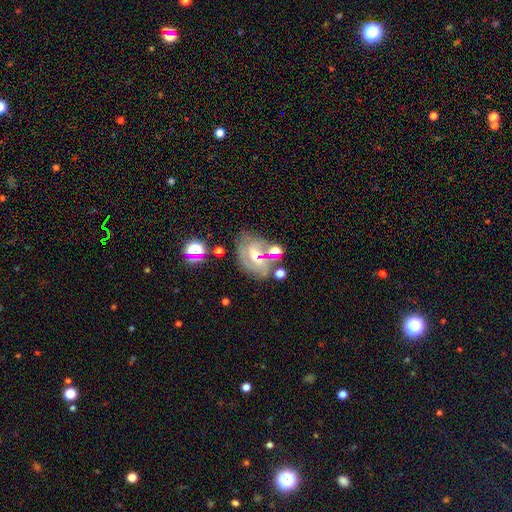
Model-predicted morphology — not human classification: A featured or disk galaxy (73%) with a weak bar (47%), 2 (42%) tight (45%) spiral arms (88%) and a small central bulge (48%).

Vote fractions:
- Smooth or featured? featured or disk: 73% / smooth: 15% / star or artifact: 12%
- Edge-on disk? no: 96% / yes: 4%
- Bar? weak: 47% / no: 35% / strong: 18%
- Spiral arms? yes: 88% / no: 12%
- Spiral winding? tight: 45% / medium: 42% / loose: 13%
- Spiral arm count? 2: 42% / can't tell: 27% / 3: 17% / 1: 6% / 4: 4% / more than 4: 3%
- Bulge size? small: 48% / moderate: 45% / none: 3% / large: 3% / dominant: 1%
- Merging? none: 56% / minor disturbance: 20% / merger: 12% / major disturbance: 12%